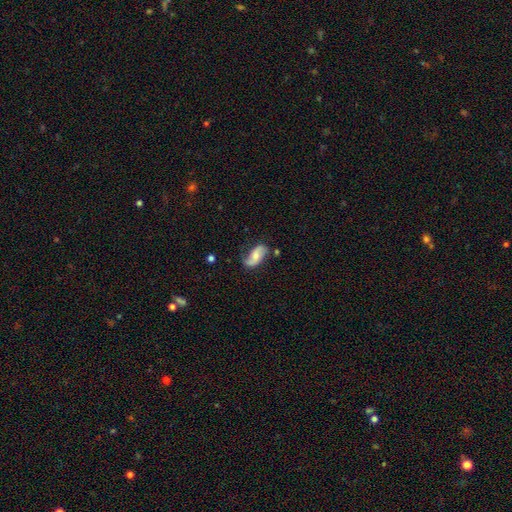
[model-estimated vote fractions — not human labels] This appears to be a featured or disk galaxy (63%) with no bar (57%), 2 (84%) loose (58%) spiral arms (91%) and a moderate central bulge (47%). Merging: none (62%).